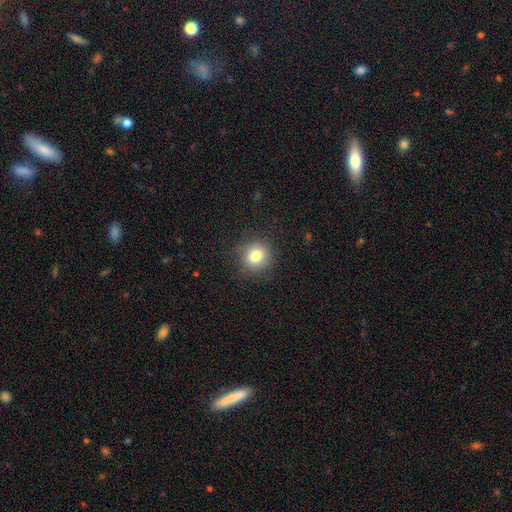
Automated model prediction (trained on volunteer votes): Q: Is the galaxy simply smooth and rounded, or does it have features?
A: smooth — 80%.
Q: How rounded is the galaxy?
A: round — 78%.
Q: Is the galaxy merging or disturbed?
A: none — 85%.